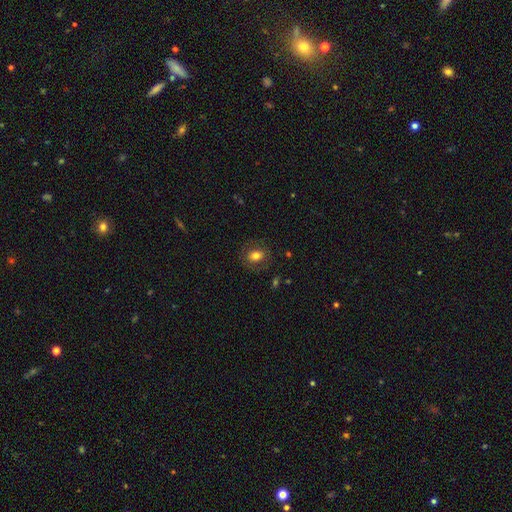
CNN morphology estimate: A smooth galaxy with no disk features (73%) that is in between round and cigar-shaped (55%). Merging: none (81%).